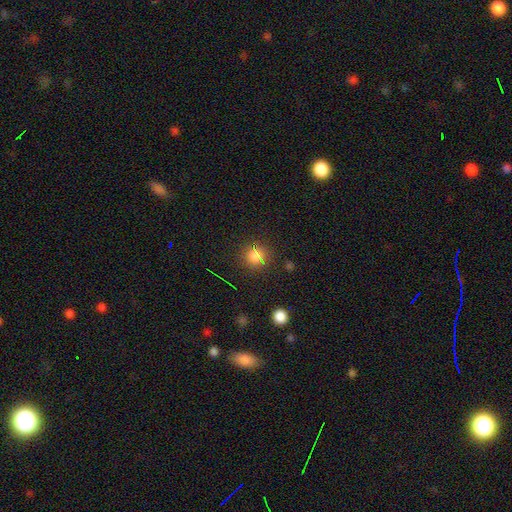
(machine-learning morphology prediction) Overall: smooth (70%). How rounded: round (89%). Merging: none (83%).